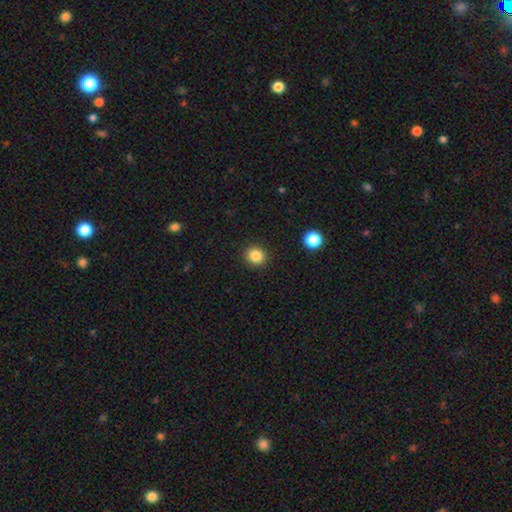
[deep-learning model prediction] Smooth or featured?
  - smooth: 85% *
  - star or artifact: 11%
  - featured or disk: 4%
How rounded?
  - round: 82% *
  - in between: 18%
  - cigar-shaped: 1%
Merging?
  - none: 91% *
  - minor disturbance: 6%
  - major disturbance: 2%
  - merger: 1%